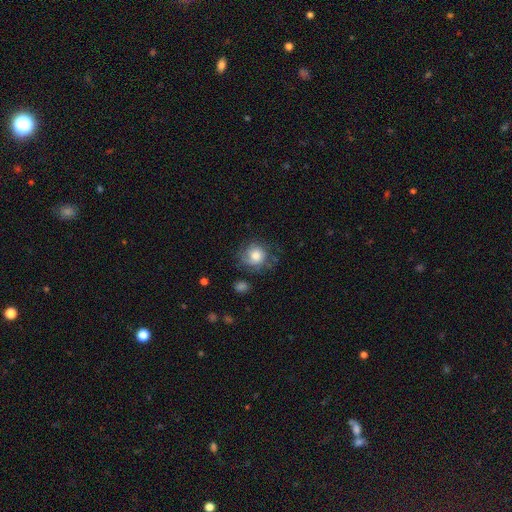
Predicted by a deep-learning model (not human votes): This is possibly a smooth galaxy (56%). How rounded: clearly round (85%). Merging: likely none (64%).